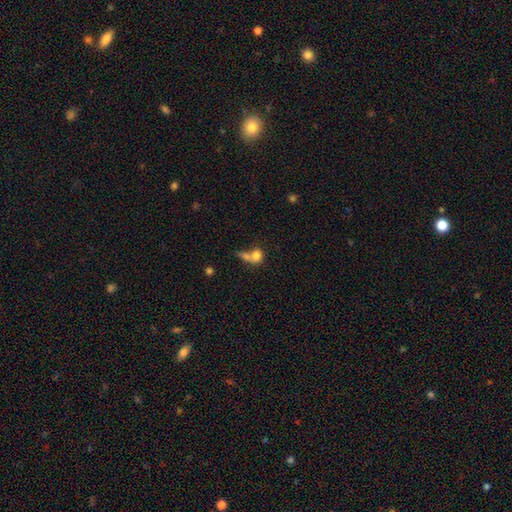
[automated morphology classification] This appears to be a smooth galaxy with no disk features (76%) that is round (67%). Merging: merger (58%).